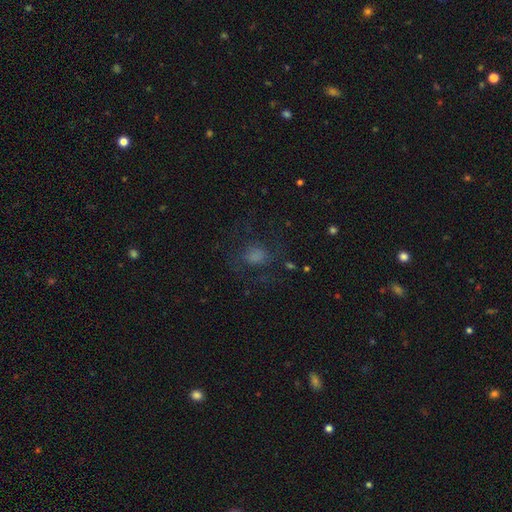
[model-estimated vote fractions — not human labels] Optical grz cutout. It shows a smooth galaxy with no disk features (47%). Merging: none (58%).